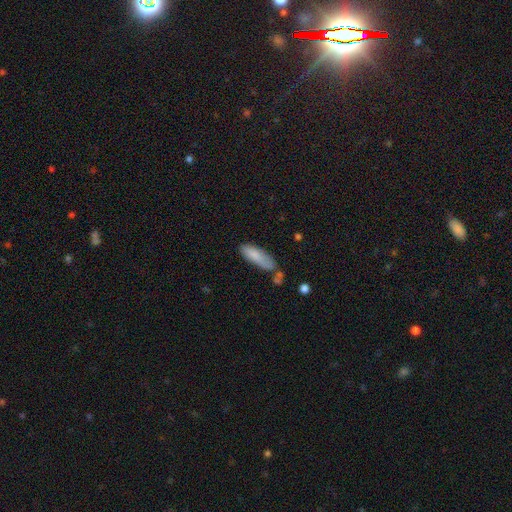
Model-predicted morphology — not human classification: A smooth galaxy with no disk features (82%) that is in between round and cigar-shaped (50%). Merging: none (56%).